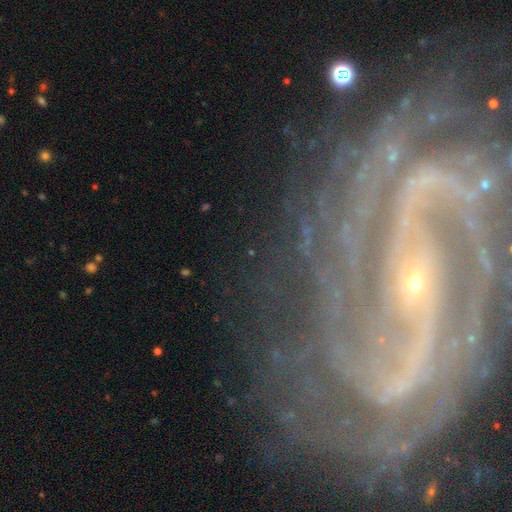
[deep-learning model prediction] A featured or disk galaxy (85%) with a strong bar (41%), 2 (30%) tight (65%) spiral arms (97%) and a small central bulge (82%). Merging: none (76%).